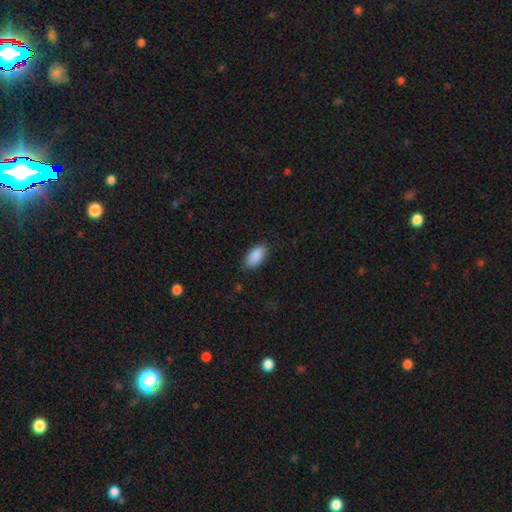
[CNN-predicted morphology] Q: Smooth or featured?
A: smooth (90%); runner-up: star or artifact (6%)
Q: How rounded?
A: in between (94%); runner-up: cigar-shaped (3%)
Q: Merging?
A: none (85%); runner-up: minor disturbance (11%)